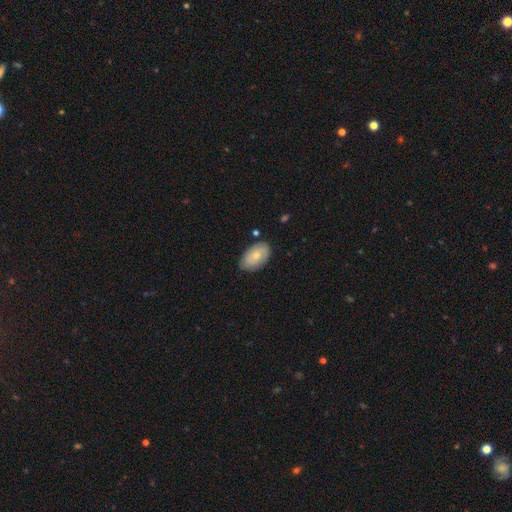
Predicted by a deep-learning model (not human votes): Overall: smooth (68%). How rounded: in between (93%). Merging: none (78%).